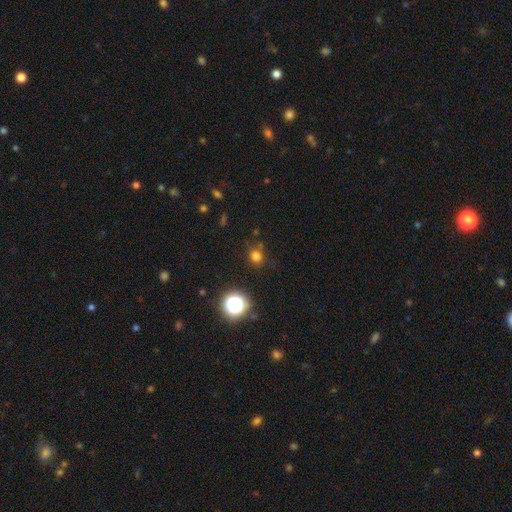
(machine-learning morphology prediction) smooth_or_featured: smooth (p=0.73) [alt: star or artifact p=0.22]
how_rounded: round (p=0.89) [alt: in between p=0.10]
merging: none (p=0.80) [alt: minor disturbance p=0.12]